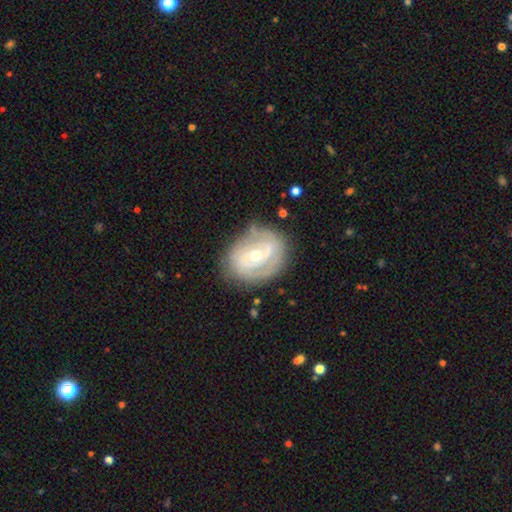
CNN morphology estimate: Q: Smooth or featured?
A: featured or disk (78%); runner-up: smooth (16%)
Q: Edge-on disk?
A: no (96%); runner-up: yes (4%)
Q: Bar?
A: weak (42%); runner-up: no (31%)
Q: Spiral arms?
A: yes (78%); runner-up: no (22%)
Q: Spiral winding?
A: tight (56%); runner-up: medium (32%)
Q: Spiral arm count?
A: 2 (53%); runner-up: can't tell (28%)
Q: Bulge size?
A: small (49%); runner-up: moderate (48%)
Q: Merging?
A: none (71%); runner-up: minor disturbance (20%)